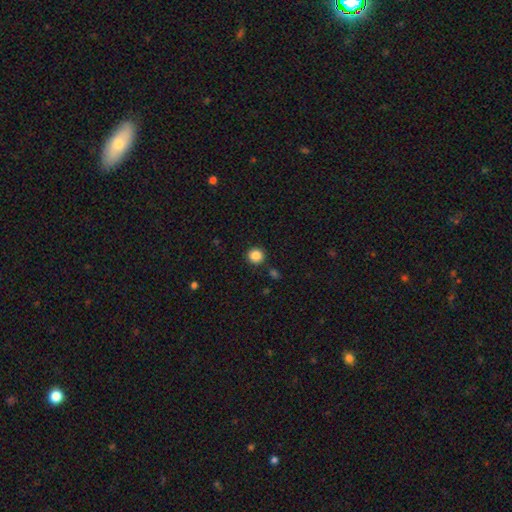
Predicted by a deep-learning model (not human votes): Overall: smooth (86%). How rounded: round (94%). Merging: none (90%).